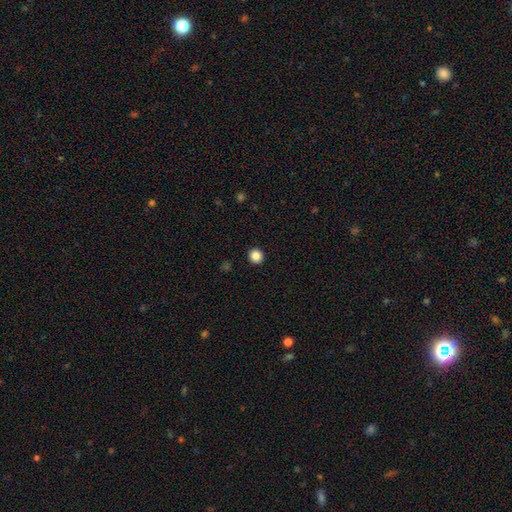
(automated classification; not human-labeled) A smooth galaxy with no disk features (86%) that is round (92%).

Vote fractions:
- Smooth or featured? smooth: 86% / star or artifact: 10% / featured or disk: 4%
- How rounded? round: 92% / in between: 8% / cigar-shaped: 1%
- Merging? none: 93% / minor disturbance: 4% / major disturbance: 1% / merger: 1%